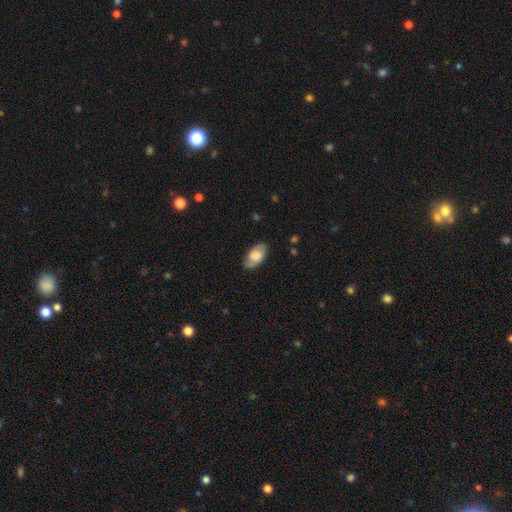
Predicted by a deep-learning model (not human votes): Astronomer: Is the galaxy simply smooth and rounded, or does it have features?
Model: smooth — 56% (runner-up: featured or disk, 38%).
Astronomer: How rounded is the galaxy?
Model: in between — 94%.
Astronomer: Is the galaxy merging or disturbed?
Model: none — 82%.